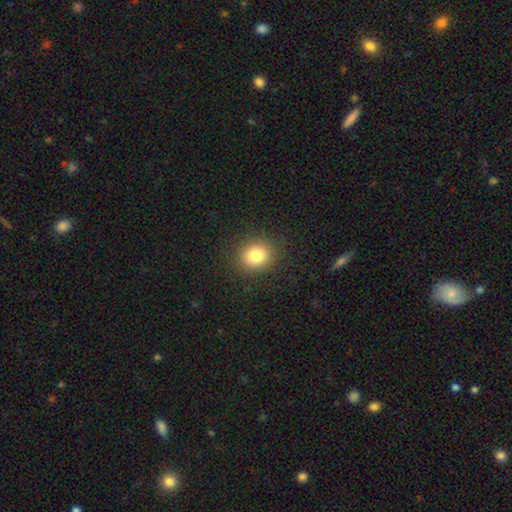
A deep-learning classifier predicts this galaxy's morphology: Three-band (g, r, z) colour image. It shows a smooth galaxy with no disk features (81%) that is round (69%). Merging: none (88%).